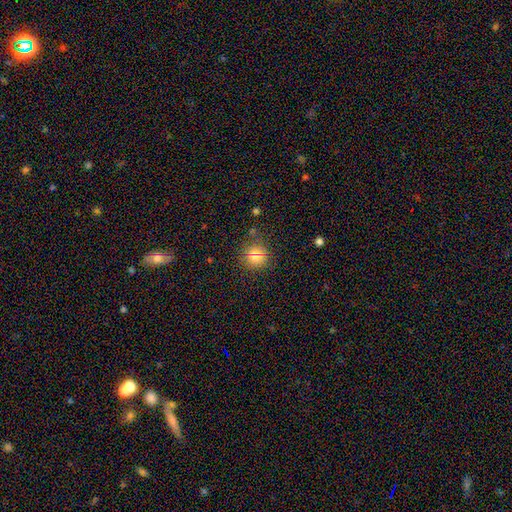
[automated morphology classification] Smooth or featured?
  - smooth: 75% *
  - star or artifact: 16%
  - featured or disk: 9%
How rounded?
  - round: 91% *
  - in between: 8%
  - cigar-shaped: 1%
Merging?
  - none: 83% *
  - minor disturbance: 10%
  - merger: 4%
  - major disturbance: 3%